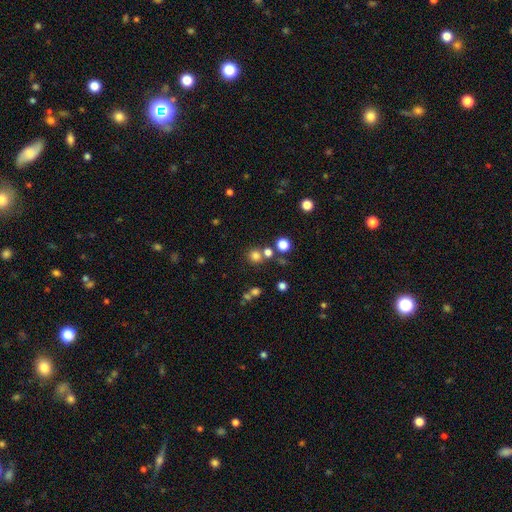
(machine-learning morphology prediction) A smooth galaxy with no disk features (74%) that is round (88%).

Vote fractions:
- Smooth or featured? smooth: 74% / star or artifact: 19% / featured or disk: 7%
- How rounded? round: 88% / in between: 11% / cigar-shaped: 1%
- Merging? none: 69% / merger: 19% / minor disturbance: 8% / major disturbance: 4%